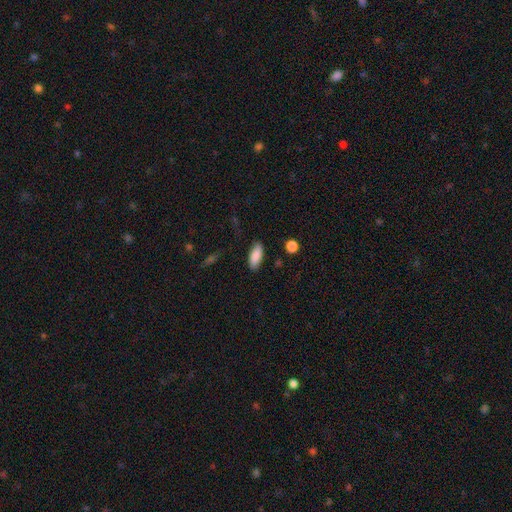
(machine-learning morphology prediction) Smooth or featured: smooth — 87% (star or artifact — 7%)
How rounded: in between — 80% (cigar-shaped — 18%)
Merging: none — 85% (minor disturbance — 11%)